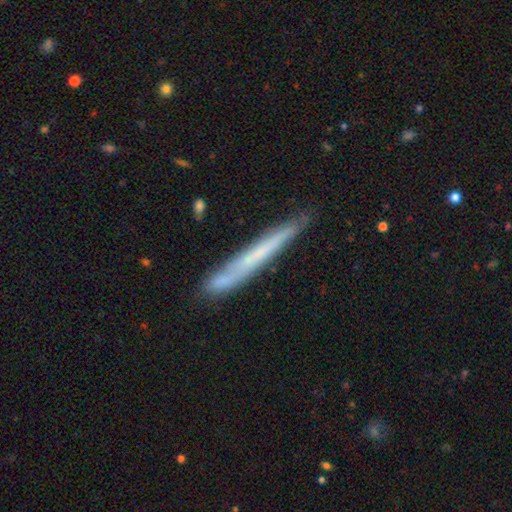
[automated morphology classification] Q: Smooth or featured?
A: smooth (48%); runner-up: featured or disk (45%)
Q: Merging?
A: none (79%); runner-up: minor disturbance (16%)